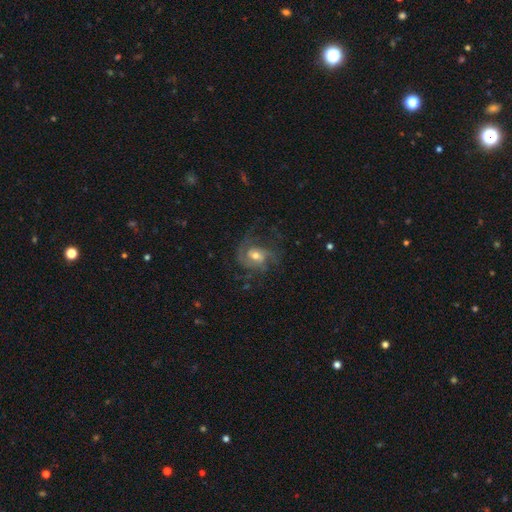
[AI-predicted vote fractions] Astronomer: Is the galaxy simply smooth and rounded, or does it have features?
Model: featured or disk — 75%.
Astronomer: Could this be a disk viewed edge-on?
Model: no — 97%.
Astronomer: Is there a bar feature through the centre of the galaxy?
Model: no — 55% (runner-up: weak, 37%).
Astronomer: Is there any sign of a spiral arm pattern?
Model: yes — 89%.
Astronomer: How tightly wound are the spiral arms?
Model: medium — 45% (runner-up: tight, 30%).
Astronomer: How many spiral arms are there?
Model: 2 — 35% (runner-up: can't tell, 25%).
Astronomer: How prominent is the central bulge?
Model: moderate — 66%.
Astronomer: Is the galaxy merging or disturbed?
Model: none — 54%.